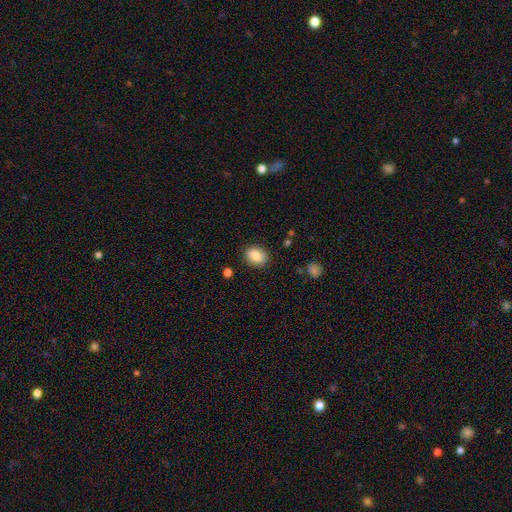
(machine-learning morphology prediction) Smooth or featured? smooth (86%)
How rounded? in between (60%)
Merging? none (86%)